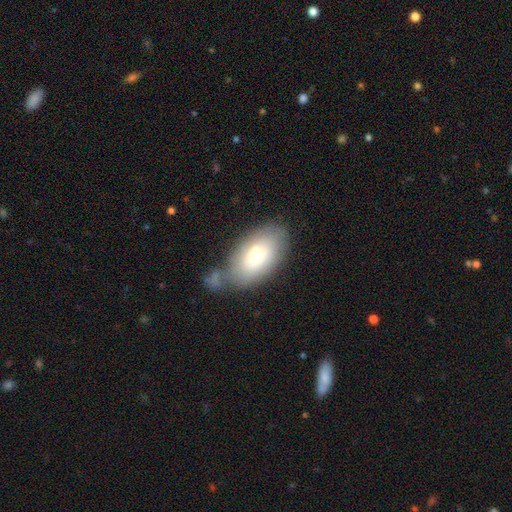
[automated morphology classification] Smooth or featured? smooth (72%)
How rounded? in between (94%)
Merging? none (50%)